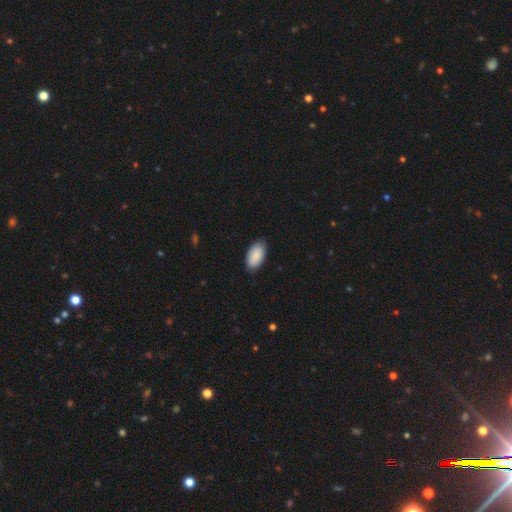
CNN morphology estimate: Smooth or featured? smooth (89%)
How rounded? in between (96%)
Merging? none (86%)